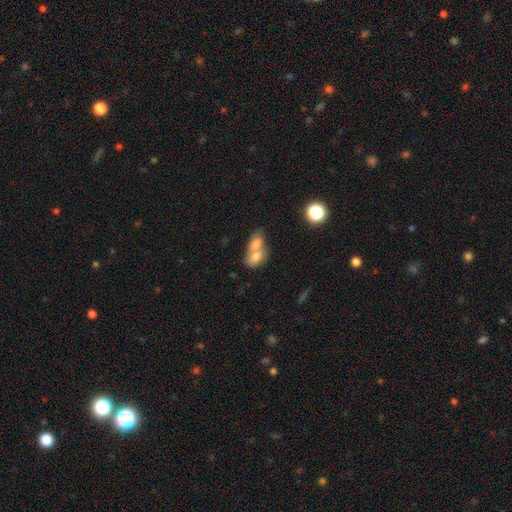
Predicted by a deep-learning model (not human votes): smooth 71%, featured or disk 20%, star or artifact 9%. Down the decision tree: how rounded — in between (77%); merging — merger (73%).